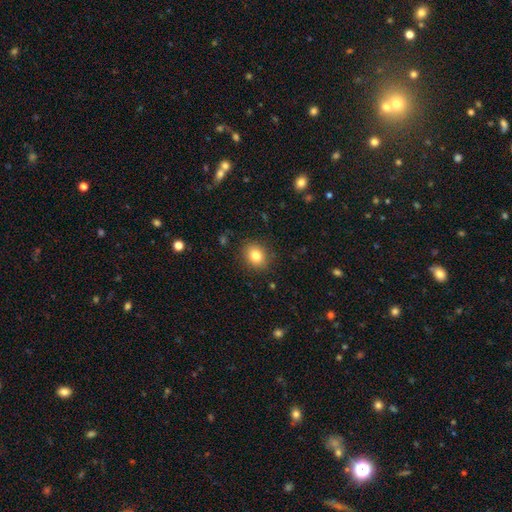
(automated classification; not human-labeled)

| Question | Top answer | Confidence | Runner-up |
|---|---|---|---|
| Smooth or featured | smooth | 81% | star or artifact (11%) |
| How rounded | round | 66% | in between (33%) |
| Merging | none | 87% | minor disturbance (9%) |